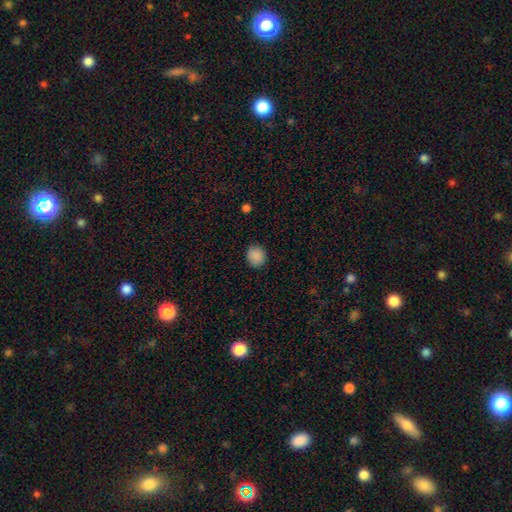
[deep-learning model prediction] This is clearly a smooth galaxy (89%). How rounded: clearly round (86%). Merging: clearly none (89%).